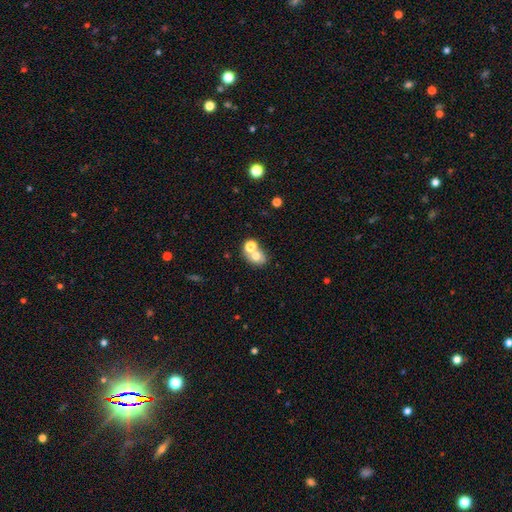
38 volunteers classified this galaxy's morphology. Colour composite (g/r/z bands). It shows a smooth galaxy with no disk features (71%) that is round (63%). Merging: merger (59%).